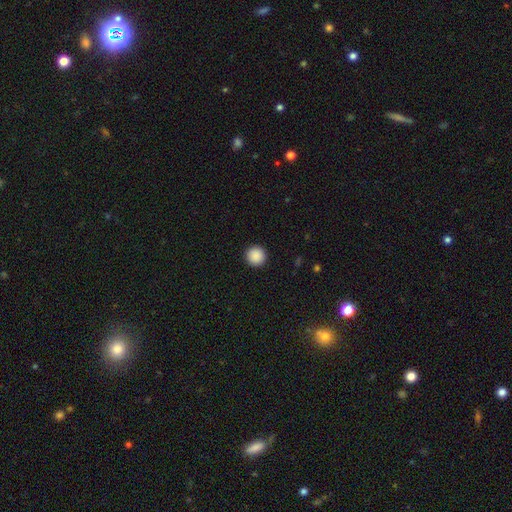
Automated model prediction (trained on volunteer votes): A smooth galaxy with no disk features (90%) that is round (96%). Merging: none (94%).